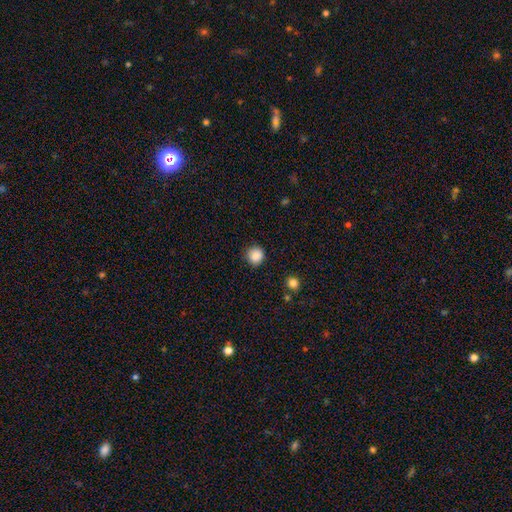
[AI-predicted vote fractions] This appears to be a smooth galaxy with no disk features (87%) that is round (92%). Merging: none (89%).